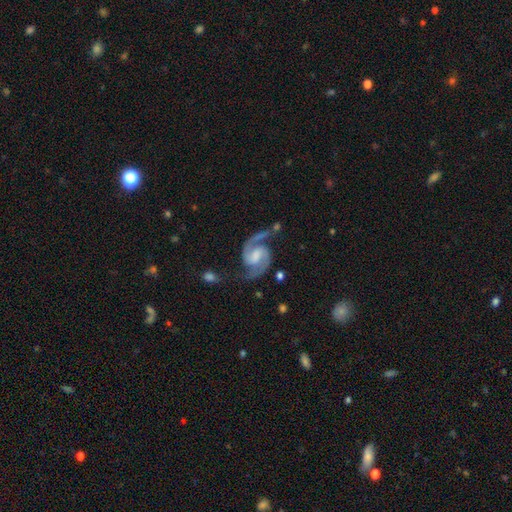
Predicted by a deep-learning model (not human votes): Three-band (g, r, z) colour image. It shows a featured or disk galaxy (93%) with a weak bar (48%), 2 (94%) medium (61%) spiral arms (98%) and a moderate central bulge (34%). Merging: none (68%).